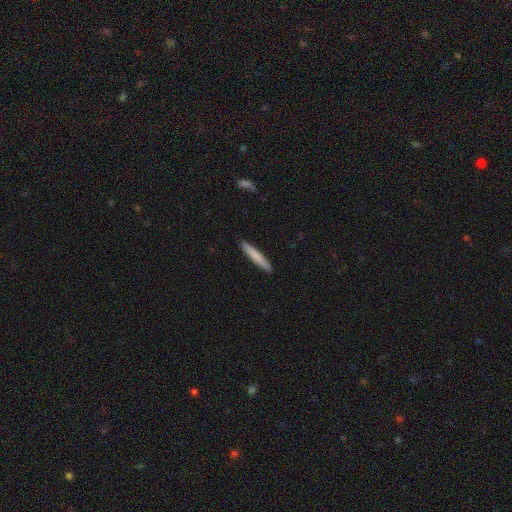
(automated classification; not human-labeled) A smooth galaxy with no disk features (76%) that is cigar-shaped (95%).

Vote fractions:
- Smooth or featured? smooth: 76% / featured or disk: 19% / star or artifact: 5%
- How rounded? cigar-shaped: 95% / in between: 4% / round: 1%
- Merging? none: 92% / minor disturbance: 6% / major disturbance: 1% / merger: 1%